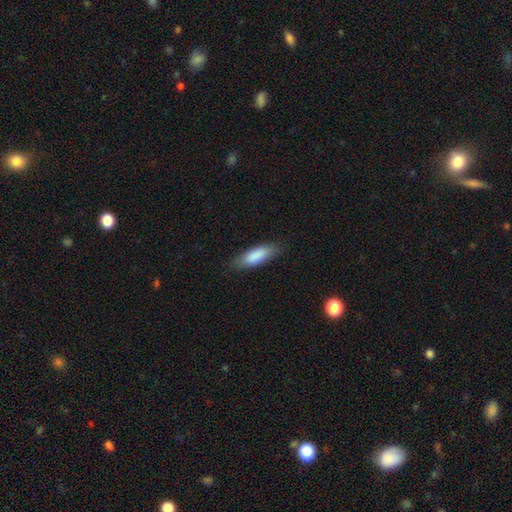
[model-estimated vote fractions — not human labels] A smooth galaxy with no disk features (85%) that is in between round and cigar-shaped (57%). Merging: none (81%).